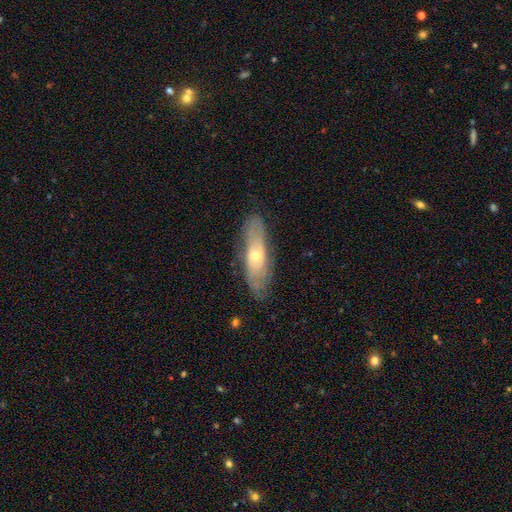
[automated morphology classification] Smooth or featured: featured or disk — 58% (smooth — 35%)
Edge-on disk: no — 67% (yes — 33%)
Merging: none — 77% (minor disturbance — 17%)